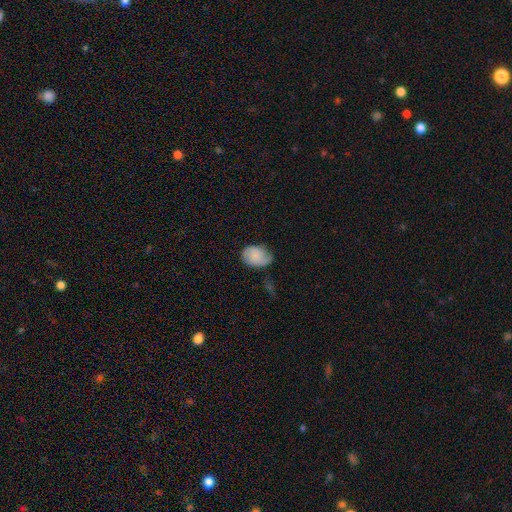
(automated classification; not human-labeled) This appears to be a smooth galaxy with no disk features (75%) that is in between round and cigar-shaped (74%). Merging: none (57%).